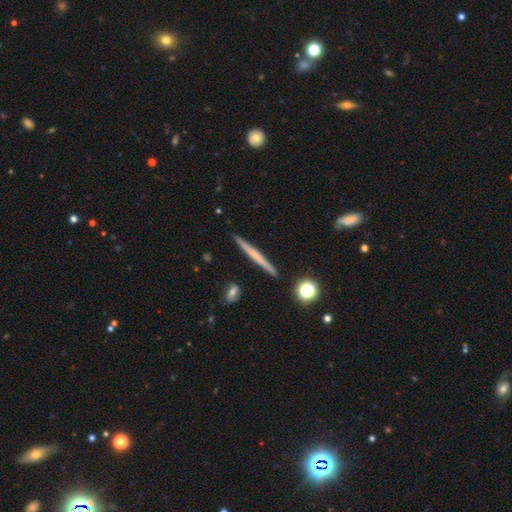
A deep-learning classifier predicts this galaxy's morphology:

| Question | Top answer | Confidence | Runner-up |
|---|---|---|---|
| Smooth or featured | featured or disk | 53% | smooth (40%) |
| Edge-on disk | yes | 98% | no (2%) |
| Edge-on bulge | none | 73% | rounded (20%) |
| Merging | none | 92% | minor disturbance (5%) |